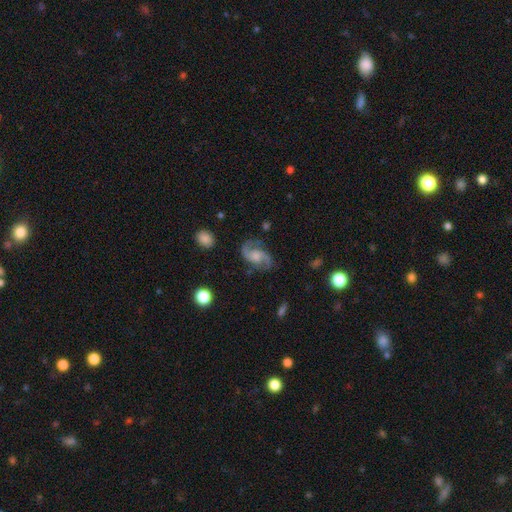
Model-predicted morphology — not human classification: A featured or disk galaxy (87%) with no bar (58%), 2 (93%) medium (49%) spiral arms (97%) and a moderate central bulge (30%). Merging: none (76%).